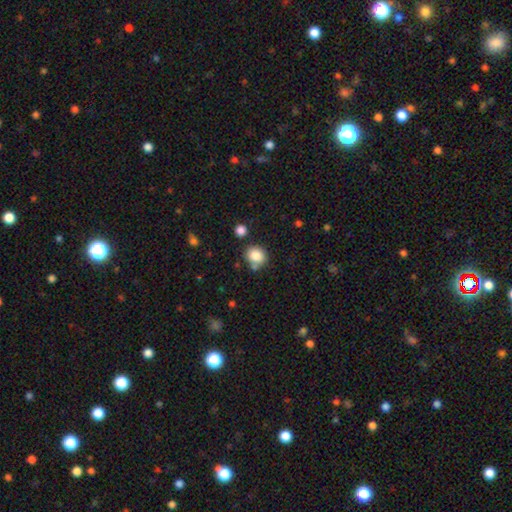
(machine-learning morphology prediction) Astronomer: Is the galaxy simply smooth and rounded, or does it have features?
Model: smooth — 84%.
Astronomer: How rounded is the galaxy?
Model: round — 68%.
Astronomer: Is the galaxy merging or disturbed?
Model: none — 69%.